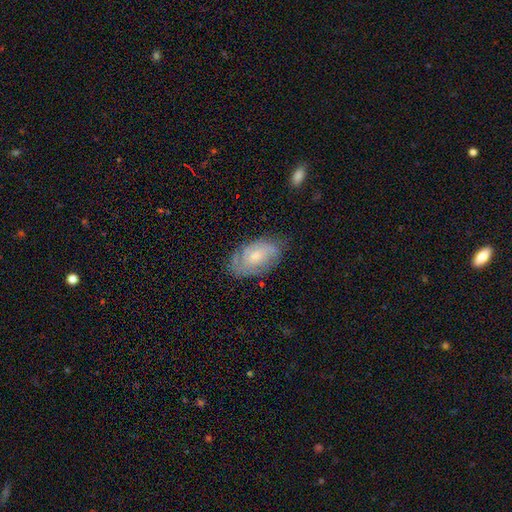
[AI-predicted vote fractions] Smooth or featured: featured or disk — 63% (smooth — 30%)
Edge-on disk: no — 95% (yes — 5%)
Bar: no — 65% (weak — 30%)
Spiral arms: yes — 86% (no — 14%)
Spiral winding: tight — 52% (medium — 36%)
Spiral arm count: can't tell — 39% (2 — 37%)
Bulge size: small — 51% (moderate — 42%)
Merging: none — 71% (minor disturbance — 22%)